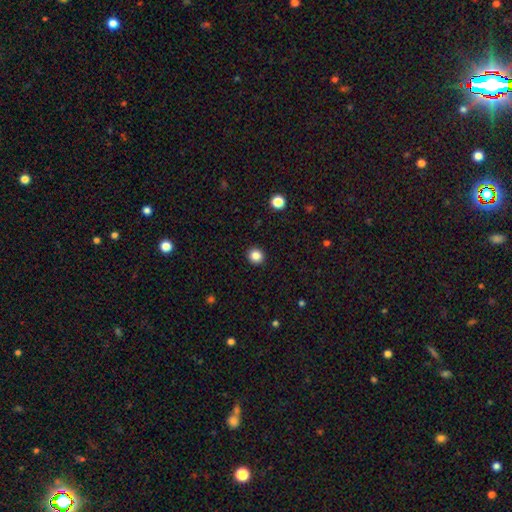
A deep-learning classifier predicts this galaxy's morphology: Overall: smooth (85%). How rounded: round (91%). Merging: none (93%).